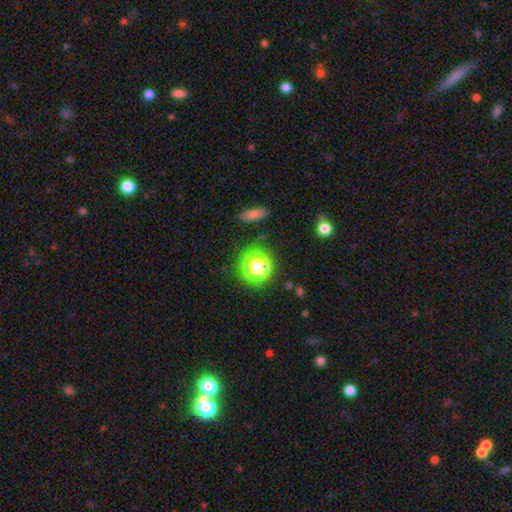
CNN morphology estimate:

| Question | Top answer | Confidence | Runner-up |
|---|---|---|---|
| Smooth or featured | star or artifact | 54% | smooth (37%) |